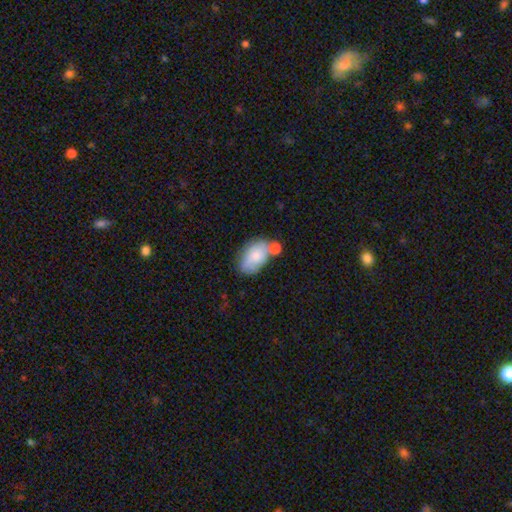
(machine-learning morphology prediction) type=smooth (74%); roundness=in between (91%); merging=none (49%).